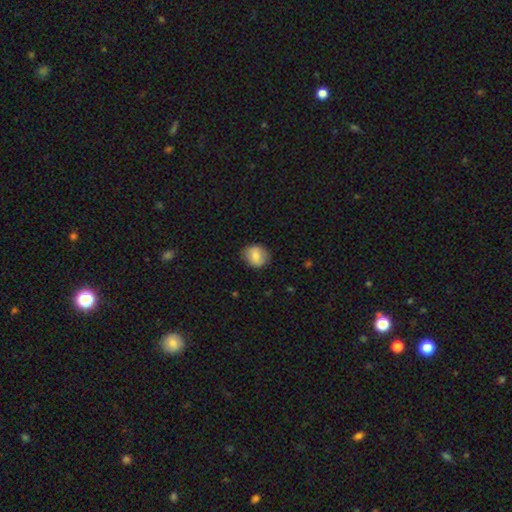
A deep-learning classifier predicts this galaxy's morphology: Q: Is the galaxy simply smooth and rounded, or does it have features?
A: smooth — 79%.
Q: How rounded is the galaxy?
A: round — 70%.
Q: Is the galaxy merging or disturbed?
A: none — 84%.